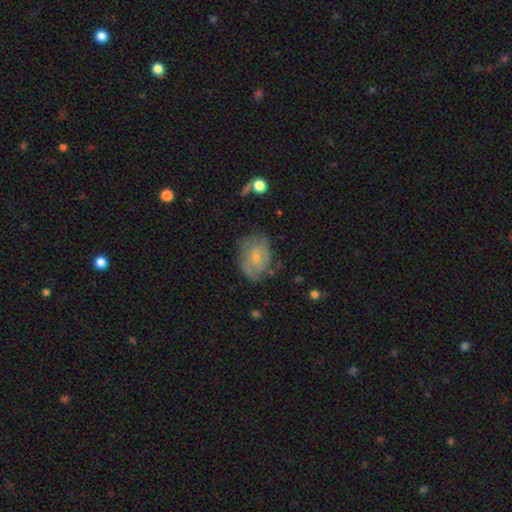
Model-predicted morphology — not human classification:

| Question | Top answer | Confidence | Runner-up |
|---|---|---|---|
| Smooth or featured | featured or disk | 50% | smooth (42%) |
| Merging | none | 59% | minor disturbance (27%) |